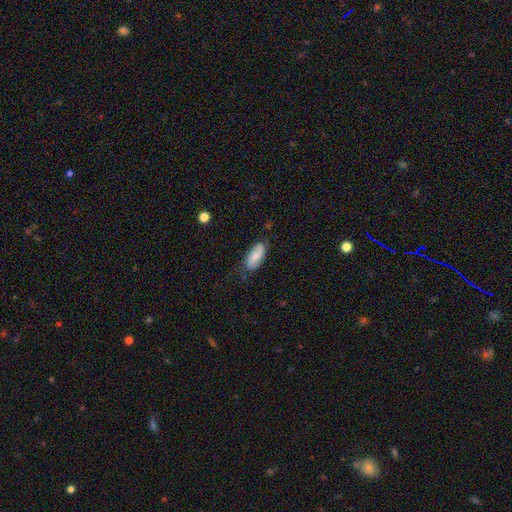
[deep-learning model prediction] smooth-or-featured: smooth: 69% | featured or disk: 25% | star or artifact: 6%
  how-rounded: in between: 83% | cigar-shaped: 15% | round: 2%
  merging: none: 74% | minor disturbance: 20% | major disturbance: 4% | merger: 2%